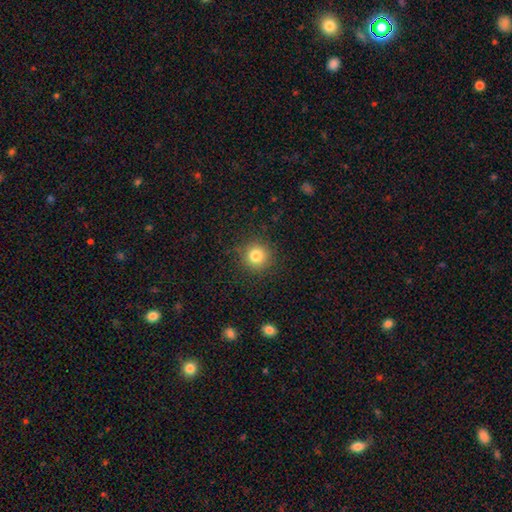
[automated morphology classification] A smooth galaxy with no disk features (82%) that is round (94%).

Vote fractions:
- Smooth or featured? smooth: 82% / star or artifact: 12% / featured or disk: 6%
- How rounded? round: 94% / in between: 5% / cigar-shaped: 1%
- Merging? none: 89% / minor disturbance: 7% / major disturbance: 3% / merger: 1%